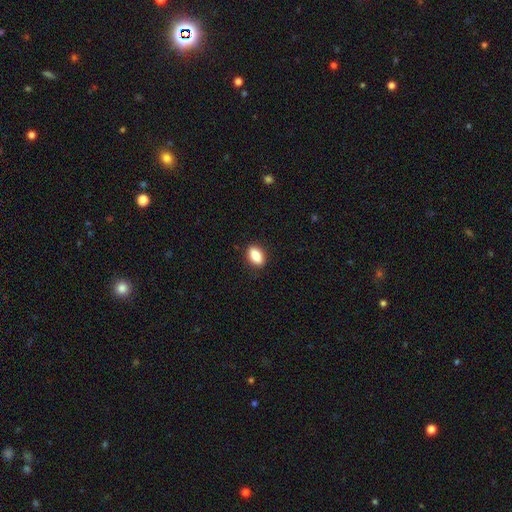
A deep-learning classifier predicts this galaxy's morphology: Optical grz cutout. It shows a smooth galaxy with no disk features (85%) that is in between round and cigar-shaped (86%). Merging: none (87%).